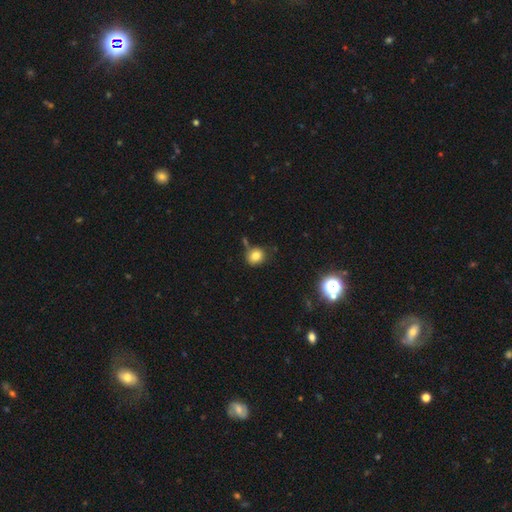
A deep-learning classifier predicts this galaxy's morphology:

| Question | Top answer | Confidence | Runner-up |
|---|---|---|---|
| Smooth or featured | smooth | 81% | star or artifact (12%) |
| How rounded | round | 77% | in between (22%) |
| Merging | none | 72% | minor disturbance (16%) |